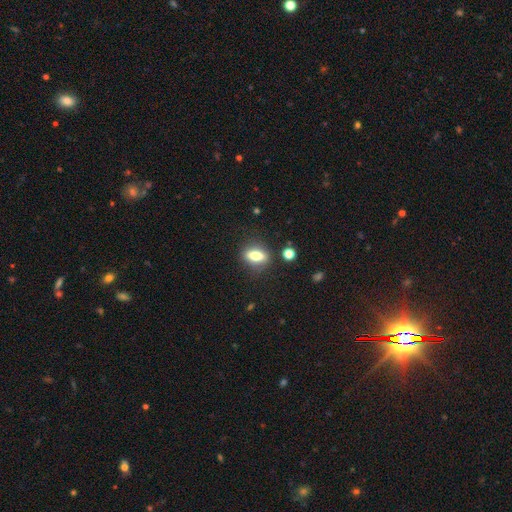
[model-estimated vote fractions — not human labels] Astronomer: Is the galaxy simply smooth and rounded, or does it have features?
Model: smooth — 64%.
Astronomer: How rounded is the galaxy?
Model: in between — 68%.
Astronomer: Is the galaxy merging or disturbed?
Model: none — 84%.